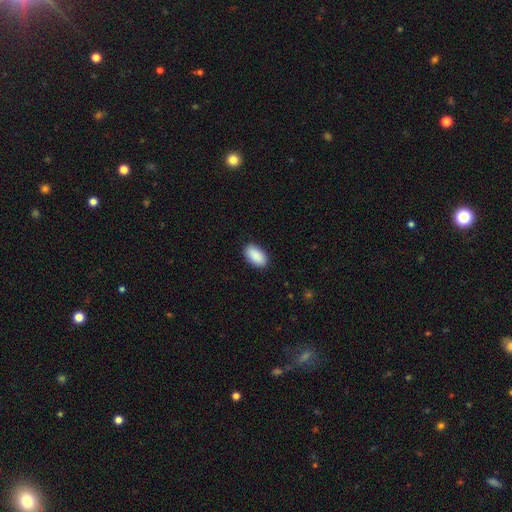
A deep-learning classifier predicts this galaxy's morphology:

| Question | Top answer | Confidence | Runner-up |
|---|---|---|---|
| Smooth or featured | smooth | 91% | star or artifact (6%) |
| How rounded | in between | 95% | round (4%) |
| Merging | none | 89% | minor disturbance (9%) |